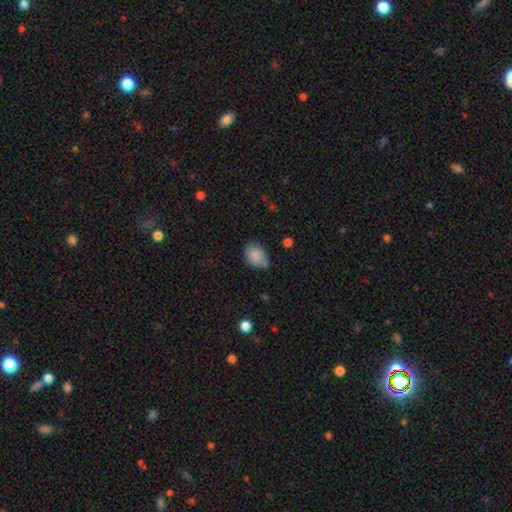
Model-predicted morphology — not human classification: Smooth or featured?
  - smooth: 85% *
  - star or artifact: 8%
  - featured or disk: 7%
How rounded?
  - in between: 69% *
  - round: 30%
  - cigar-shaped: 1%
Merging?
  - none: 61% *
  - minor disturbance: 28%
  - merger: 6%
  - major disturbance: 6%